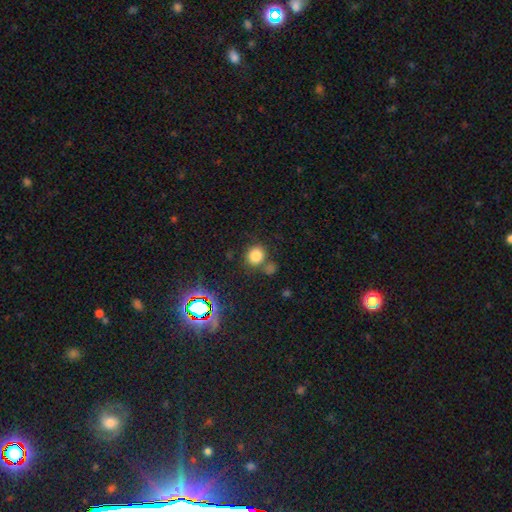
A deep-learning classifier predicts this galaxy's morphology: Smooth or featured? smooth (78%)
How rounded? round (84%)
Merging? none (71%)